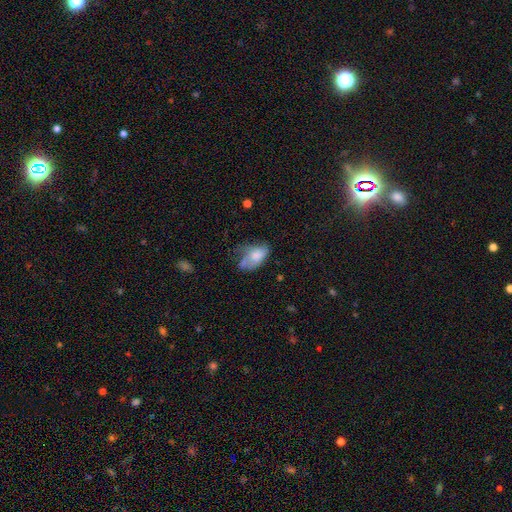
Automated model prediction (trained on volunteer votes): Smooth or featured? Predicted: smooth (p=0.68). How rounded? Predicted: in between (p=0.91). Merging? Predicted: minor disturbance (p=0.34).